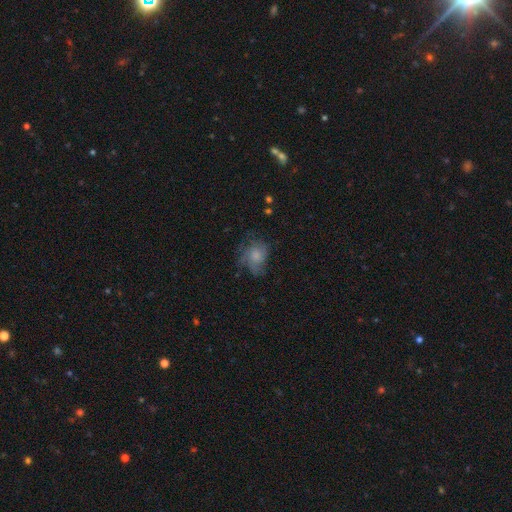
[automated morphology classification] A smooth galaxy with no disk features (53%) that is in between round and cigar-shaped (52%). Merging: none (47%).